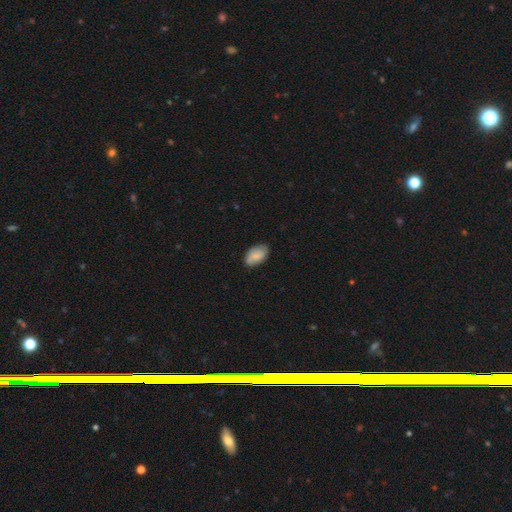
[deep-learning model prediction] Smooth or featured?
  - smooth: 75% *
  - featured or disk: 18%
  - star or artifact: 7%
How rounded?
  - in between: 91% *
  - round: 7%
  - cigar-shaped: 2%
Merging?
  - none: 78% *
  - minor disturbance: 18%
  - major disturbance: 3%
  - merger: 1%